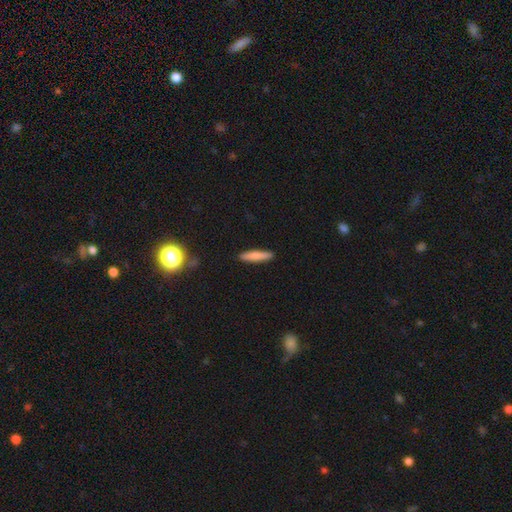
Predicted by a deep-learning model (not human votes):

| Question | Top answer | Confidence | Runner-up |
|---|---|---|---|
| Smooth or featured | smooth | 79% | featured or disk (14%) |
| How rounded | cigar-shaped | 87% | in between (11%) |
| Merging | none | 90% | minor disturbance (7%) |